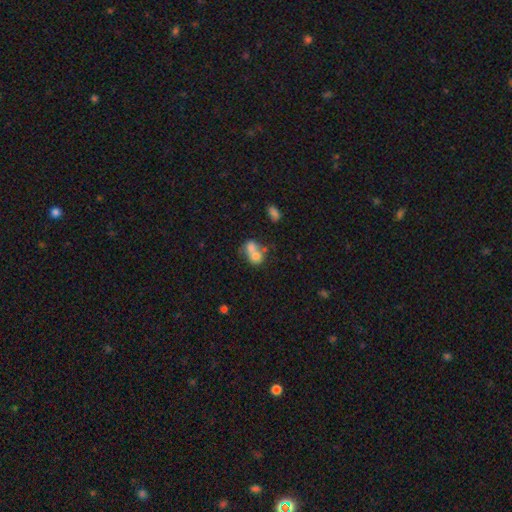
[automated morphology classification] A smooth galaxy with no disk features (70%) that is round (53%).

Vote fractions:
- Smooth or featured? smooth: 70% / featured or disk: 20% / star or artifact: 11%
- How rounded? round: 53% / in between: 45% / cigar-shaped: 1%
- Merging? merger: 67% / none: 21% / minor disturbance: 7% / major disturbance: 5%